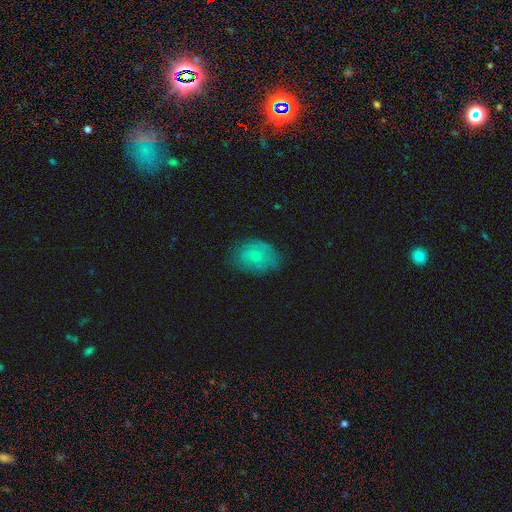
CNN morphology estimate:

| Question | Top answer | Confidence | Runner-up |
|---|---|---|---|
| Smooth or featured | smooth | 55% | featured or disk (36%) |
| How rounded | in between | 66% | round (32%) |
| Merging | none | 66% | minor disturbance (25%) |